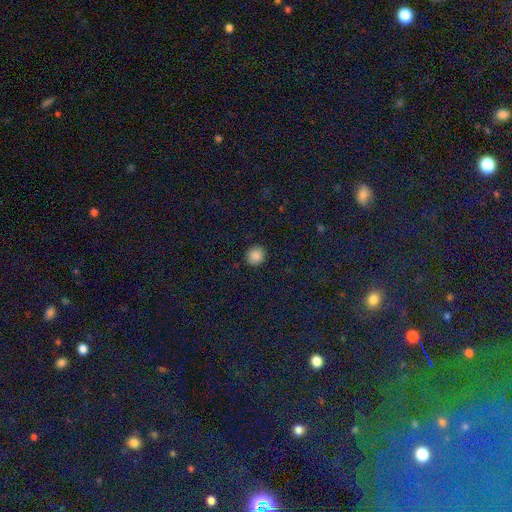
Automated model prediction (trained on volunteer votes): smooth-or-featured: smooth: 86% | star or artifact: 10% | featured or disk: 4%
  how-rounded: round: 87% | in between: 12% | cigar-shaped: 1%
  merging: none: 90% | minor disturbance: 7% | major disturbance: 2% | merger: 1%